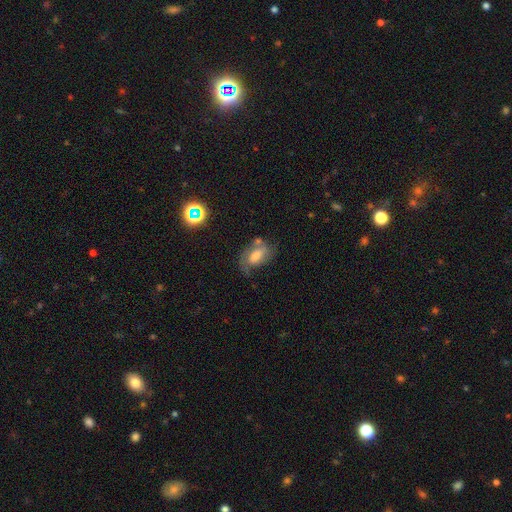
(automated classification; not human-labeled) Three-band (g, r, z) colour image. It shows a smooth galaxy with no disk features (46%). Merging: none (44%).